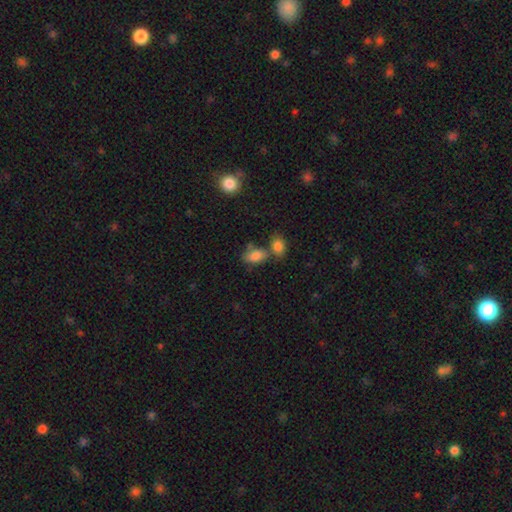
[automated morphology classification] type=smooth (82%); roundness=in between (87%); merging=none (42%).